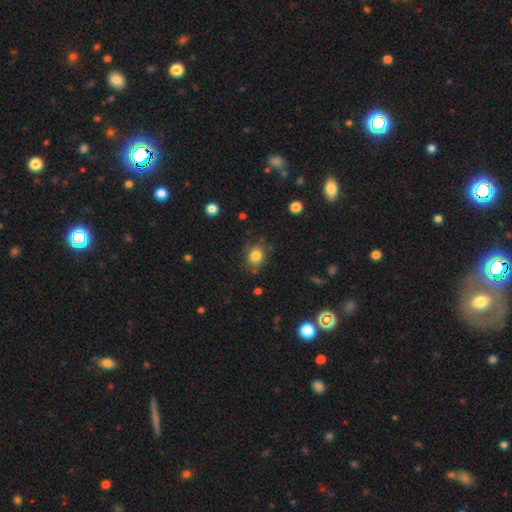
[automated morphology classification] The model was most divided on "how rounded": round: 61%, in between: 38%, cigar-shaped: 1%. More confident: smooth or featured — smooth (82%); merging — none (76%).